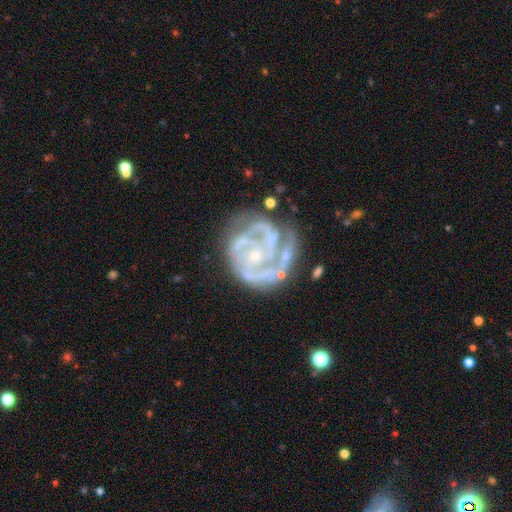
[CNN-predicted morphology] Smooth or featured? featured or disk (88%)
Edge-on disk? no (98%)
Bar? no (68%)
Spiral arms? yes (93%)
Spiral winding? tight (60%)
Spiral arm count? 3 (35%)
Bulge size? small (73%)
Merging? none (55%)